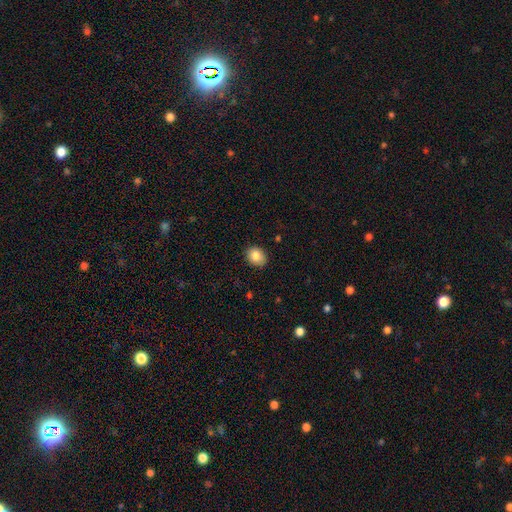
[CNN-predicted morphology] Smooth or featured: smooth — 86% (star or artifact — 8%)
How rounded: in between — 51% (round — 48%)
Merging: none — 86% (minor disturbance — 10%)